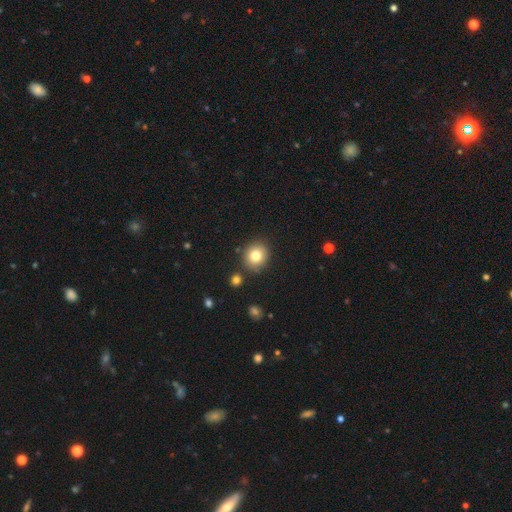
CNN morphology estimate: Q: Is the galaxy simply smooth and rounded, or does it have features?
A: smooth — 80%.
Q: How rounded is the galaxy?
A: round — 82%.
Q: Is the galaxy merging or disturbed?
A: none — 85%.